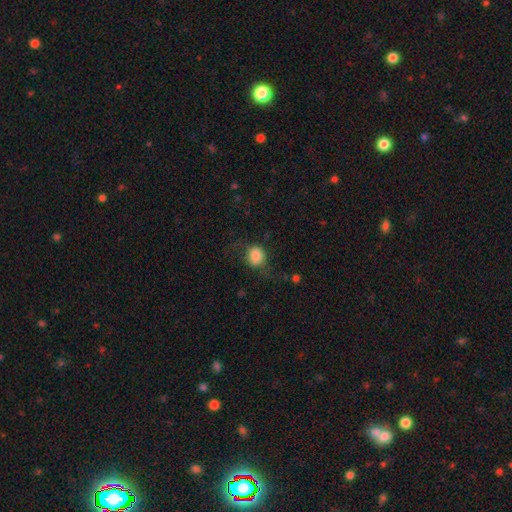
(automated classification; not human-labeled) A smooth galaxy with no disk features (81%) that is round (66%).

Vote fractions:
- Smooth or featured? smooth: 81% / featured or disk: 10% / star or artifact: 9%
- How rounded? round: 66% / in between: 33% / cigar-shaped: 1%
- Merging? none: 58% / minor disturbance: 24% / major disturbance: 16% / merger: 2%